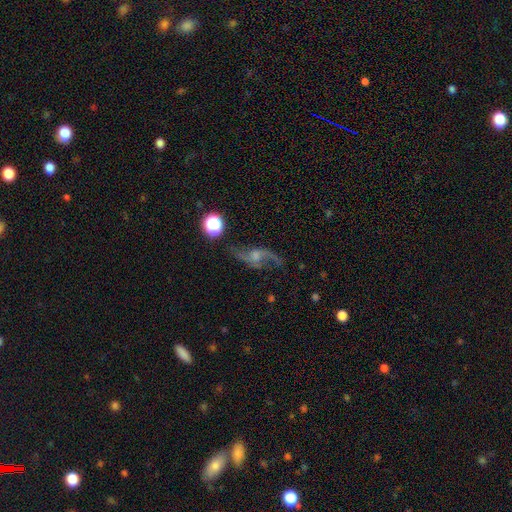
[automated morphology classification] Q: Smooth or featured?
A: featured or disk (80%); runner-up: star or artifact (11%)
Q: Edge-on disk?
A: no (91%); runner-up: yes (9%)
Q: Bar?
A: no (60%); runner-up: weak (32%)
Q: Spiral arms?
A: yes (94%); runner-up: no (6%)
Q: Spiral winding?
A: loose (84%); runner-up: medium (12%)
Q: Spiral arm count?
A: 2 (91%); runner-up: 1 (3%)
Q: Bulge size?
A: moderate (41%); runner-up: small (40%)
Q: Merging?
A: none (69%); runner-up: minor disturbance (16%)